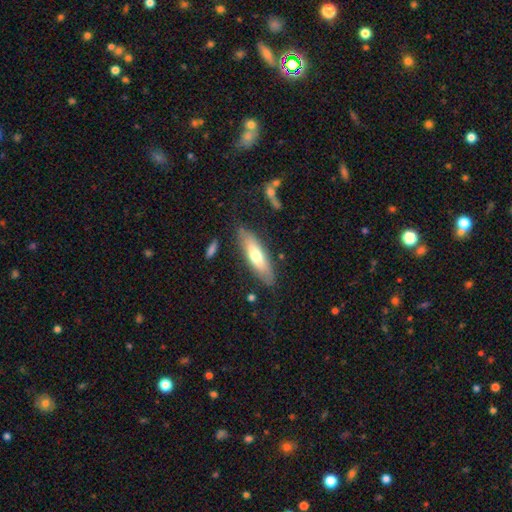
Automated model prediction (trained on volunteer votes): smooth-or-featured: smooth: 60% | featured or disk: 35% | star or artifact: 6%
  how-rounded: cigar-shaped: 57% | in between: 41% | round: 2%
  merging: none: 80% | minor disturbance: 14% | major disturbance: 4% | merger: 3%